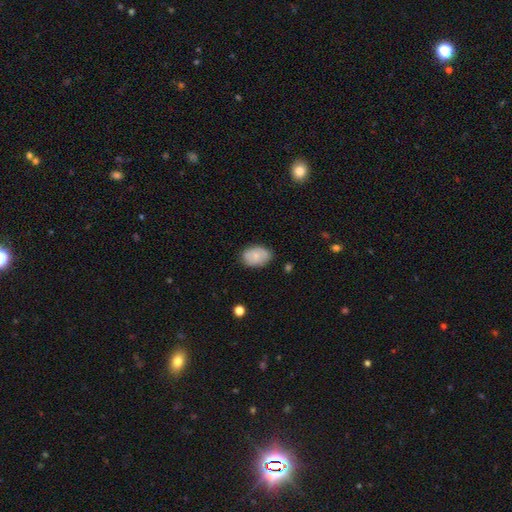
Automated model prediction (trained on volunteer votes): The model was most divided on "smooth or featured": smooth: 67%, featured or disk: 26%, star or artifact: 7%. More confident: how rounded — in between (85%); merging — none (73%).